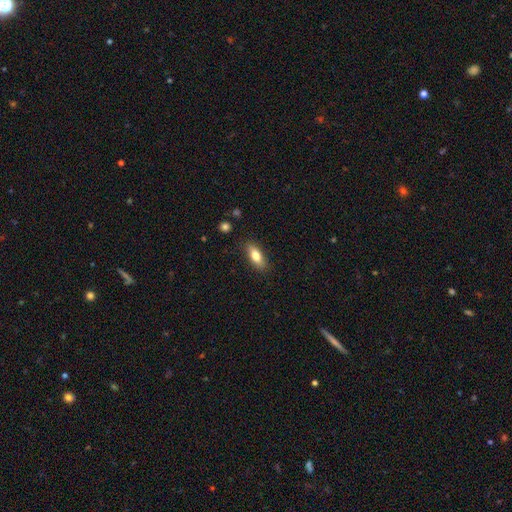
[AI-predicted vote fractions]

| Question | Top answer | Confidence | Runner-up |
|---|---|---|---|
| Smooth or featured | smooth | 74% | featured or disk (19%) |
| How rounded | in between | 67% | cigar-shaped (30%) |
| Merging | none | 85% | minor disturbance (11%) |